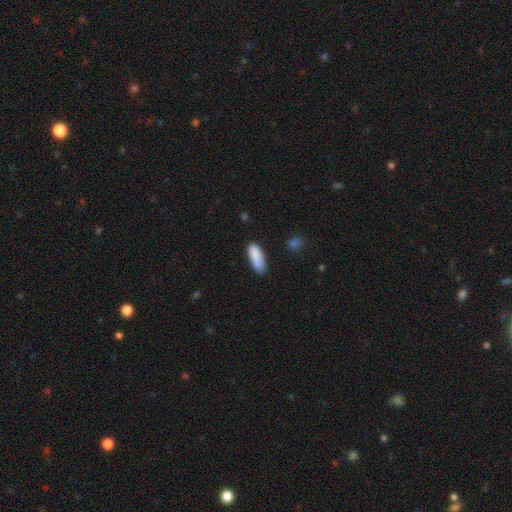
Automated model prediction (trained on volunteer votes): smooth_or_featured: smooth (p=0.88) [alt: star or artifact p=0.07]
how_rounded: in between (p=0.65) [alt: cigar-shaped p=0.33]
merging: none (p=0.75) [alt: minor disturbance p=0.19]